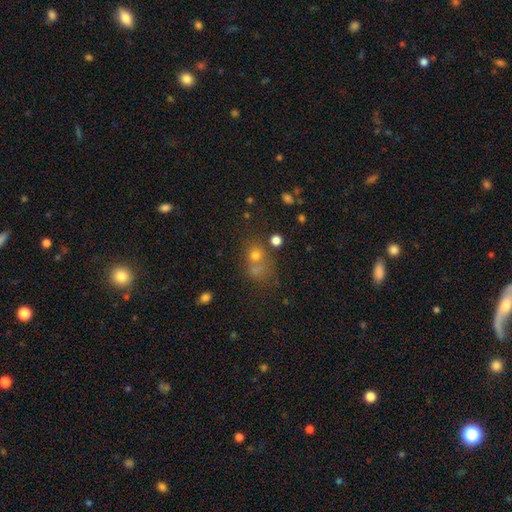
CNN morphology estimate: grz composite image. It shows a smooth galaxy with no disk features (60%) that is round (71%). Merging: none (42%).